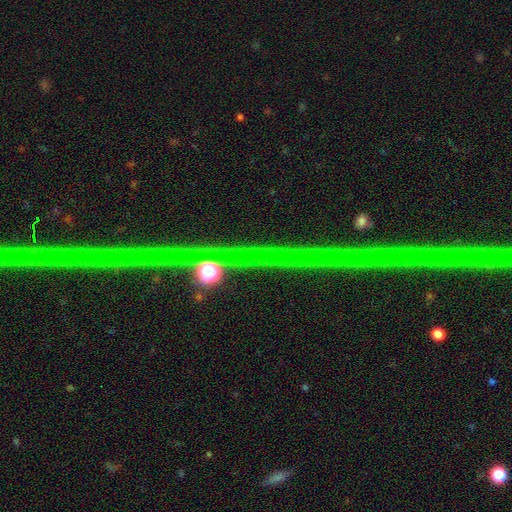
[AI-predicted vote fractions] A star or artifact, not a galaxy (80%).

Vote fractions:
- Smooth or featured? star or artifact: 80% / featured or disk: 14% / smooth: 6%